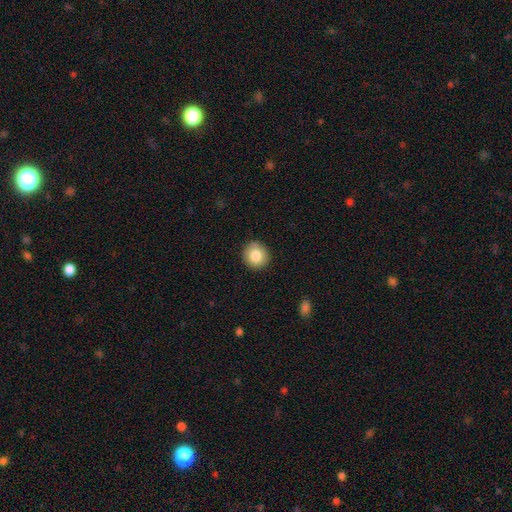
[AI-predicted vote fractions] smooth_or_featured: smooth (p=0.84) [alt: star or artifact p=0.08]
how_rounded: round (p=0.88) [alt: in between p=0.11]
merging: none (p=0.90) [alt: minor disturbance p=0.07]